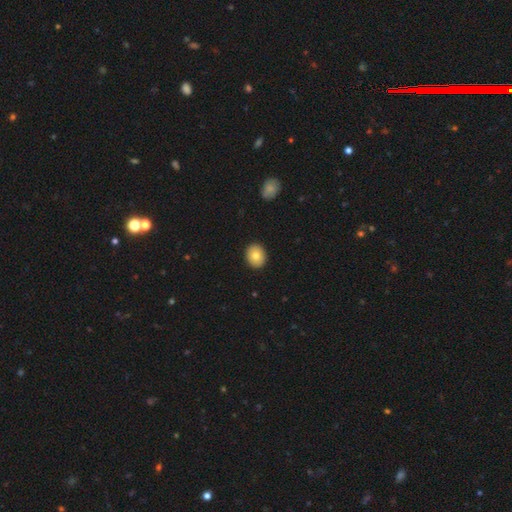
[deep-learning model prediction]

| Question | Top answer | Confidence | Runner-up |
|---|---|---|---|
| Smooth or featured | smooth | 80% | featured or disk (12%) |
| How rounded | round | 60% | in between (39%) |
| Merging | none | 91% | minor disturbance (6%) |